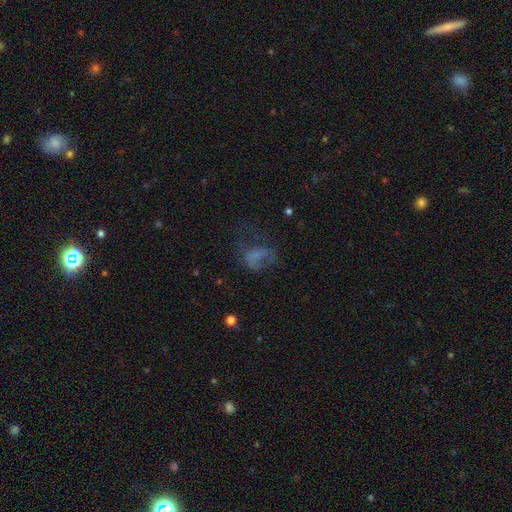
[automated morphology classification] smooth 46%, featured or disk 32%, star or artifact 23%. Down the decision tree: merging — major disturbance (45%).